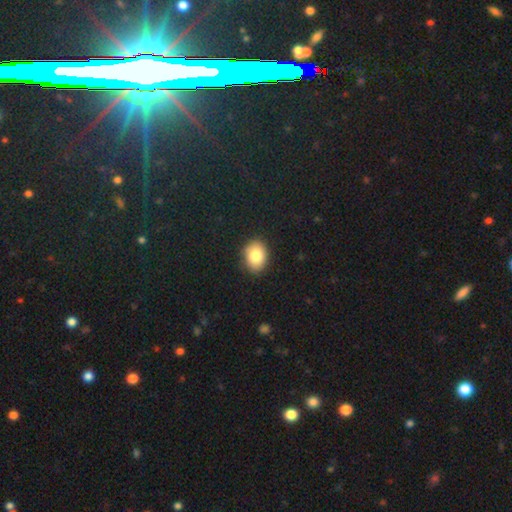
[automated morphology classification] smooth 82%, featured or disk 9%, star or artifact 9%. Down the decision tree: how rounded — in between (63%); merging — none (85%).